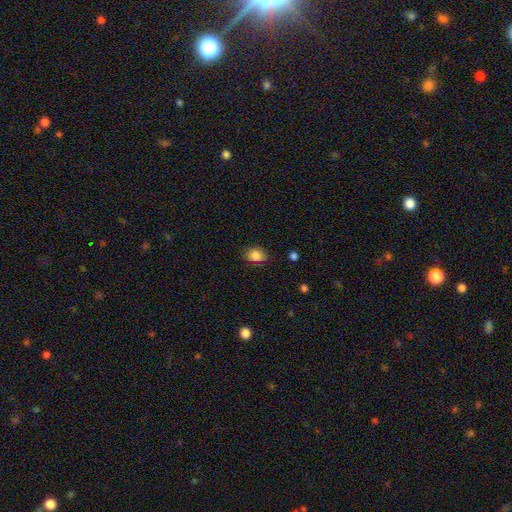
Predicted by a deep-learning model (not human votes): Q: Smooth or featured?
A: smooth (84%); runner-up: star or artifact (11%)
Q: How rounded?
A: in between (53%); runner-up: round (46%)
Q: Merging?
A: none (79%); runner-up: minor disturbance (16%)